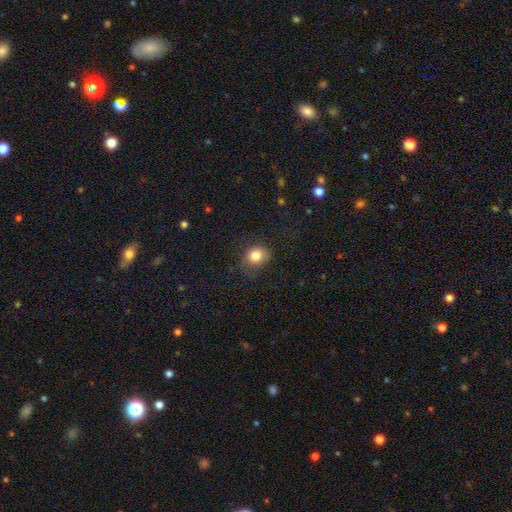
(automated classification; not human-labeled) smooth 82%, star or artifact 11%, featured or disk 7%. Down the decision tree: how rounded — round (68%); merging — none (70%).